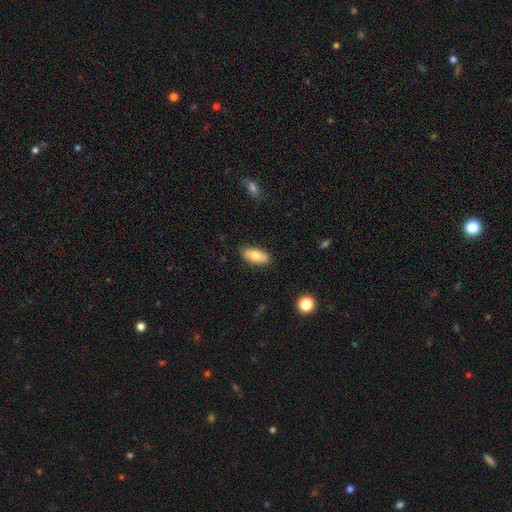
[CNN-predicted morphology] Smooth or featured: smooth — 78% (featured or disk — 16%)
How rounded: in between — 90% (cigar-shaped — 7%)
Merging: none — 85% (minor disturbance — 12%)